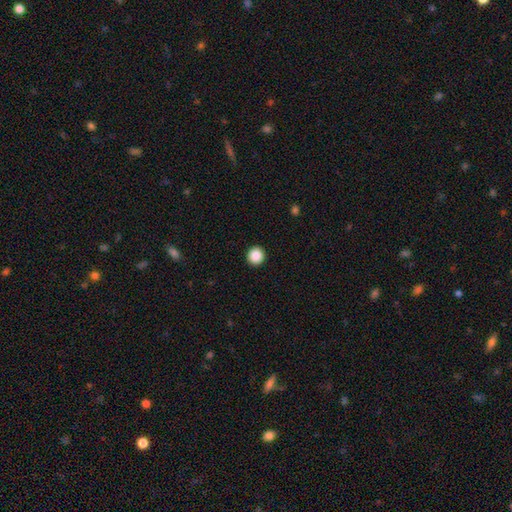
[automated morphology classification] The model was most divided on "smooth or featured": smooth: 88%, star or artifact: 9%, featured or disk: 3%. More confident: how rounded — round (95%); merging — none (94%).